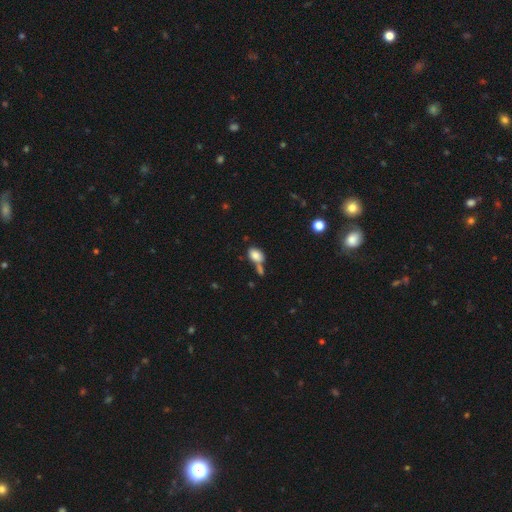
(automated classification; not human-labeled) This appears to be a smooth galaxy with no disk features (82%) that is in between round and cigar-shaped (83%). Merging: none (42%).